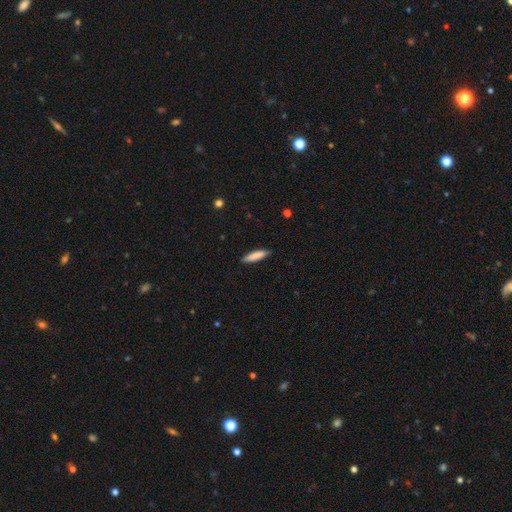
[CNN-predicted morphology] Smooth or featured?
  - smooth: 84% *
  - featured or disk: 10%
  - star or artifact: 6%
How rounded?
  - cigar-shaped: 79% *
  - in between: 19%
  - round: 1%
Merging?
  - none: 87% *
  - minor disturbance: 10%
  - major disturbance: 2%
  - merger: 1%